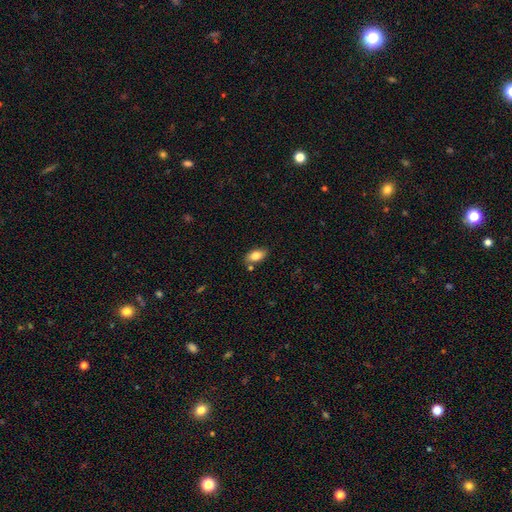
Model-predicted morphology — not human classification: This appears to be a smooth galaxy with no disk features (82%) that is in between round and cigar-shaped (91%). Merging: none (80%).